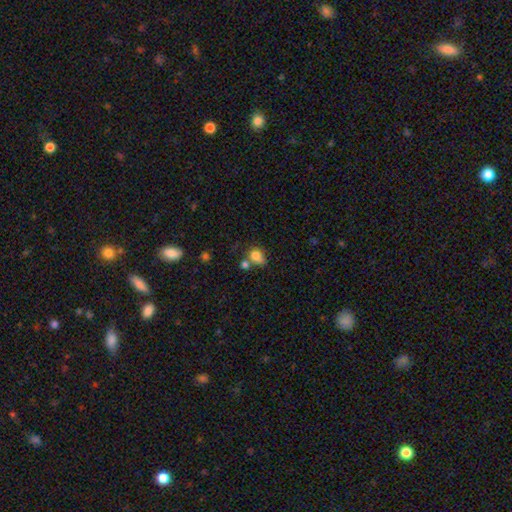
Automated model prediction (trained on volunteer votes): This is likely a smooth galaxy (80%). How rounded: possibly in between (55%). Merging: marginally none (38%).